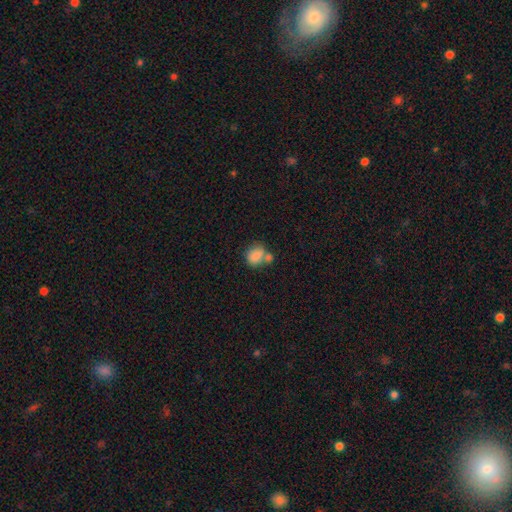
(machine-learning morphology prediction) Smooth or featured?
  - smooth: 82% *
  - star or artifact: 9%
  - featured or disk: 9%
How rounded?
  - in between: 55% *
  - round: 44%
  - cigar-shaped: 1%
Merging?
  - merger: 43% *
  - none: 37%
  - minor disturbance: 14%
  - major disturbance: 6%